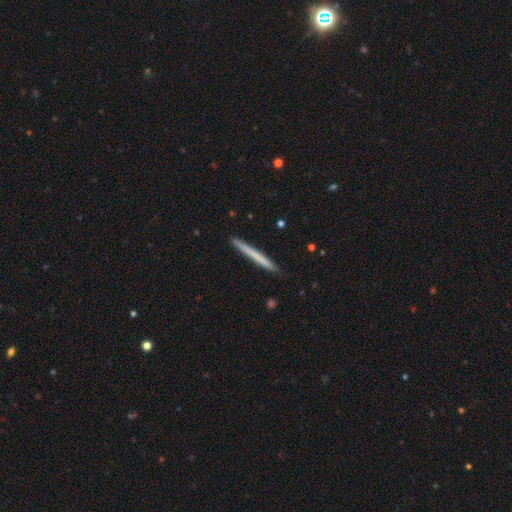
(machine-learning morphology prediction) This is likely a smooth galaxy (65%). How rounded: clearly cigar-shaped (97%). Merging: clearly none (92%).